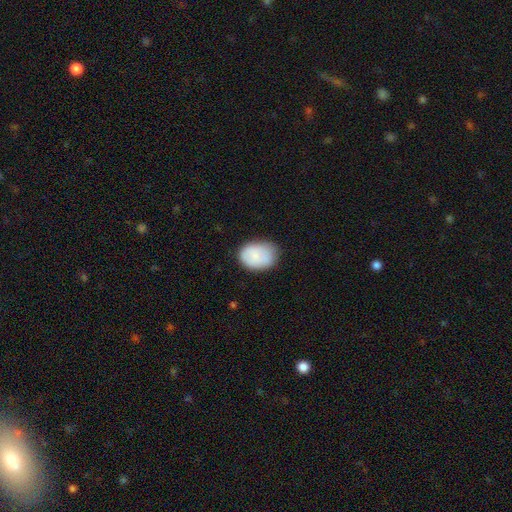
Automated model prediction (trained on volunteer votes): Morphology: type=smooth (81%); roundness=in between (71%); merging=none (61%).